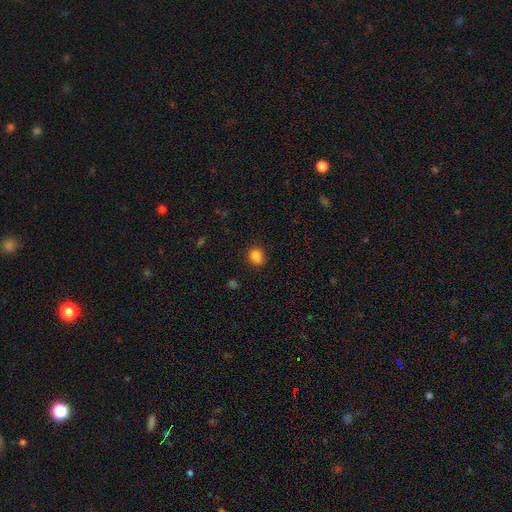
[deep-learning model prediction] Q: Smooth or featured?
A: smooth (84%); runner-up: star or artifact (11%)
Q: How rounded?
A: round (72%); runner-up: in between (27%)
Q: Merging?
A: none (75%); runner-up: minor disturbance (18%)